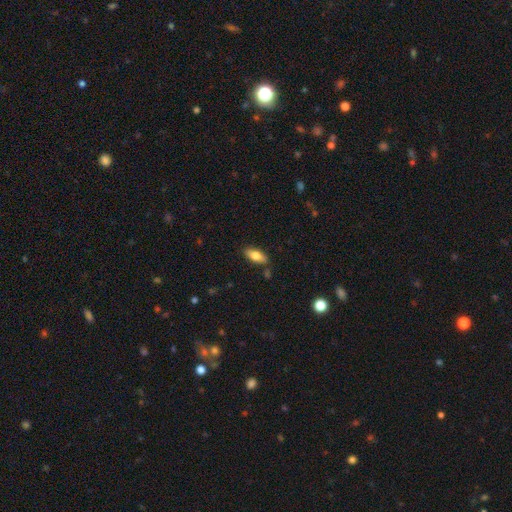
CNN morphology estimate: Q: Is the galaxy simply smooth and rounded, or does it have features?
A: smooth — 76%.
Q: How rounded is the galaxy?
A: in between — 79%.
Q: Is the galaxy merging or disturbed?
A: none — 82%.